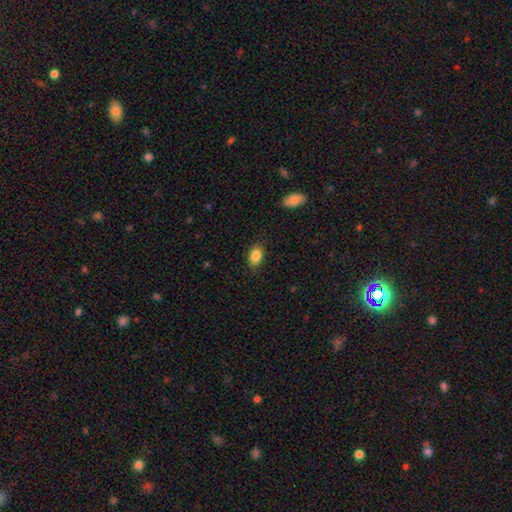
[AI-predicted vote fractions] smooth 86%, star or artifact 8%, featured or disk 6%. Down the decision tree: how rounded — in between (88%); merging — none (86%).